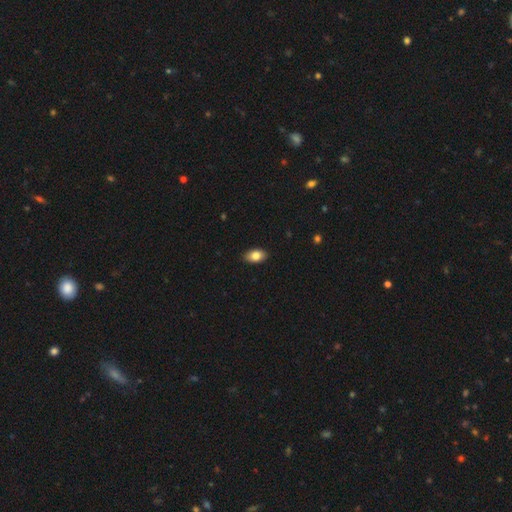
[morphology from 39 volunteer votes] Smooth or featured: smooth — 87% (star or artifact — 10%)
How rounded: in between — 91% (round — 9%)
Merging: none — 97% (minor disturbance — 3%)